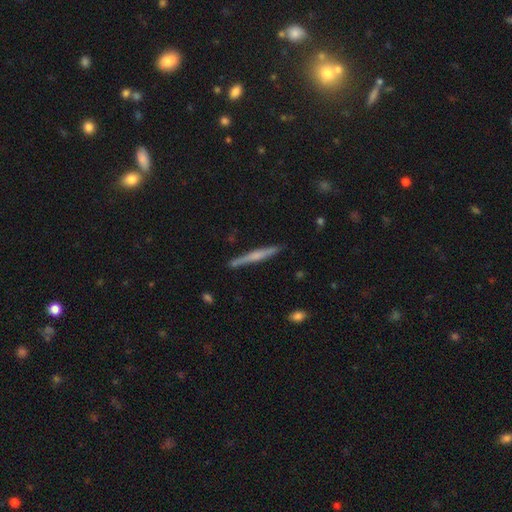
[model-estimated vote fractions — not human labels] Smooth or featured? Predicted: featured or disk (p=0.56). Edge-on disk? Predicted: yes (p=0.97). Edge-on bulge? Predicted: rounded (p=0.49). Merging? Predicted: none (p=0.88).